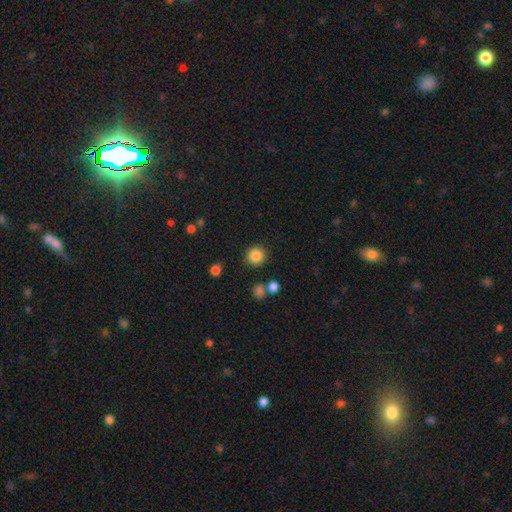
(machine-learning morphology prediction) smooth_or_featured: smooth (p=0.85) [alt: star or artifact p=0.10]
how_rounded: round (p=0.90) [alt: in between p=0.10]
merging: none (p=0.86) [alt: minor disturbance p=0.08]